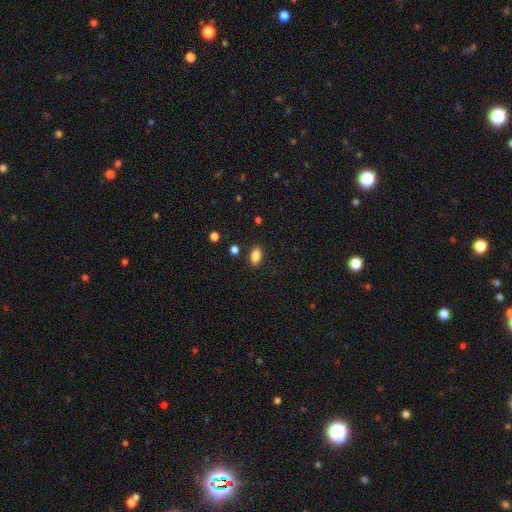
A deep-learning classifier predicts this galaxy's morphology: Smooth or featured?
  - smooth: 86% *
  - star or artifact: 10%
  - featured or disk: 4%
How rounded?
  - in between: 88% *
  - round: 9%
  - cigar-shaped: 2%
Merging?
  - none: 86% *
  - minor disturbance: 9%
  - major disturbance: 2%
  - merger: 2%